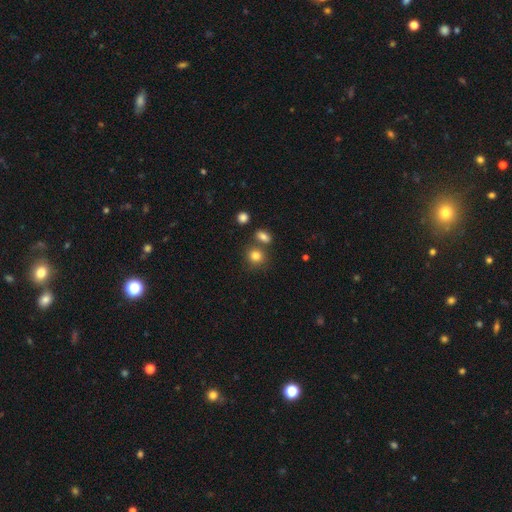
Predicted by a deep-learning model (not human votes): This is clearly a smooth galaxy (82%). How rounded: likely round (77%). Merging: likely none (67%).